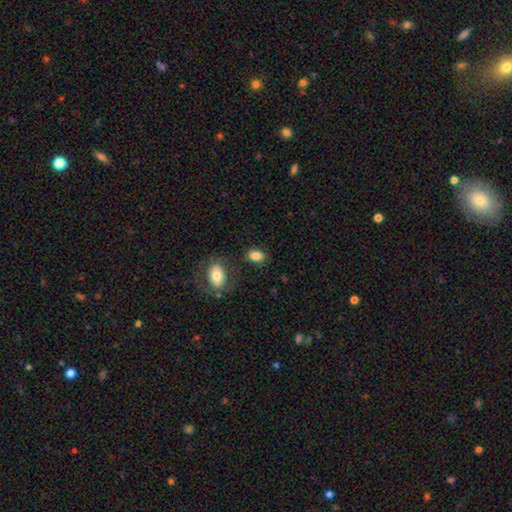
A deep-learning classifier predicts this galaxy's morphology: smooth 83%, star or artifact 9%, featured or disk 8%. Down the decision tree: how rounded — in between (79%); merging — none (77%).